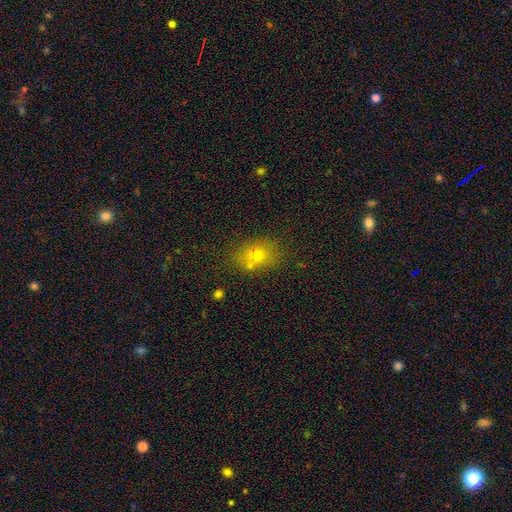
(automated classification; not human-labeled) Smooth or featured: smooth — 67% (star or artifact — 17%)
How rounded: in between — 62% (round — 37%)
Merging: none — 61% (merger — 19%)